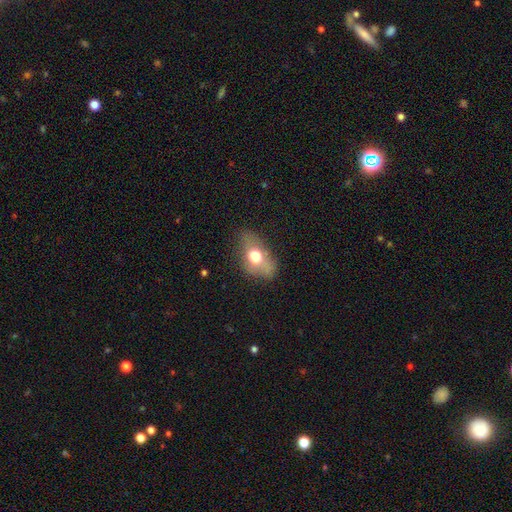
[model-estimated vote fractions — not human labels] This appears to be a smooth galaxy with no disk features (59%) that is in between round and cigar-shaped (80%). Merging: none (55%).